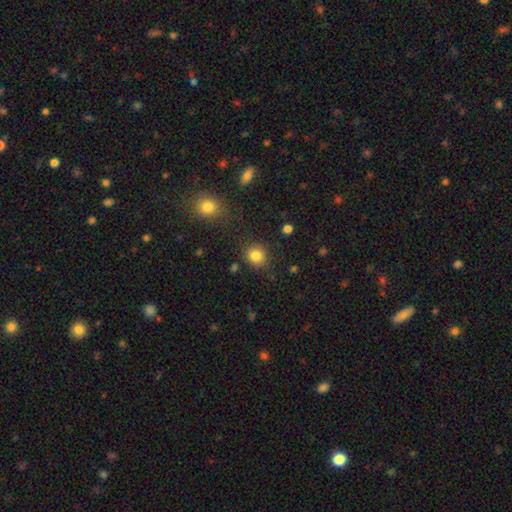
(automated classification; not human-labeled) This is clearly a smooth galaxy (84%). How rounded: clearly round (82%). Merging: clearly none (84%).